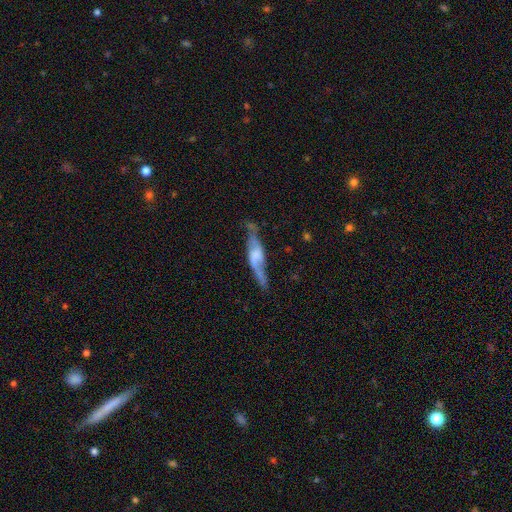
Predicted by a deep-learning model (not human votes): A featured or disk galaxy (65%) with not edge-on (50%, tied with yes). Merging: none (54%).